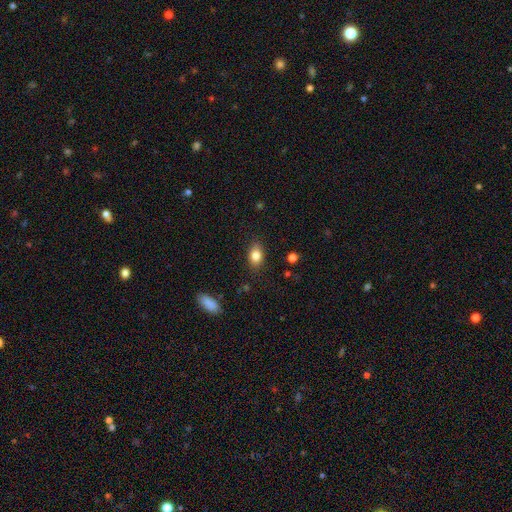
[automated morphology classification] smooth 83%, star or artifact 9%, featured or disk 8%. Down the decision tree: how rounded — in between (81%); merging — none (84%).